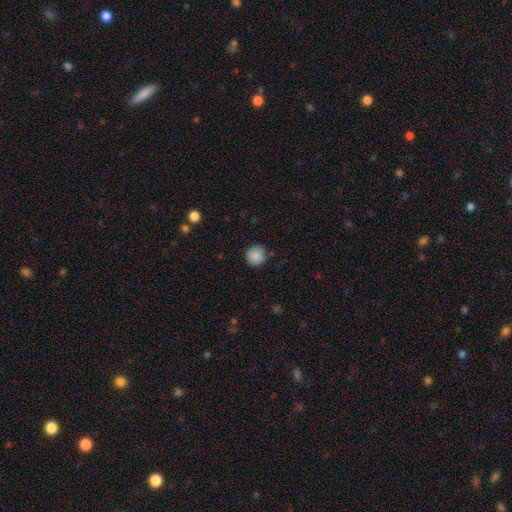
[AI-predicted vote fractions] This appears to be a smooth galaxy with no disk features (88%) that is round (94%). Merging: none (87%).